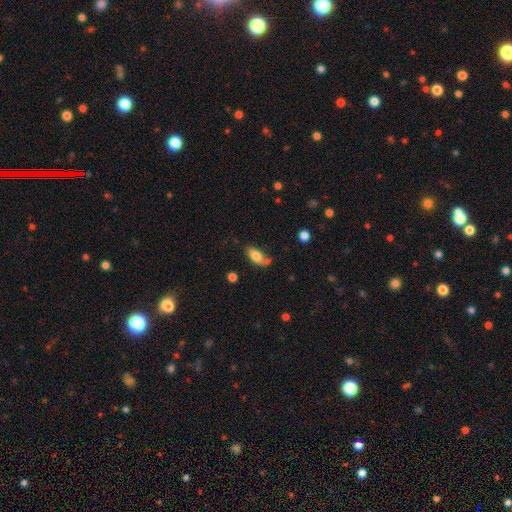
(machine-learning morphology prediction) smooth_or_featured: smooth (p=0.73) [alt: featured or disk p=0.19]
how_rounded: in between (p=0.87) [alt: cigar-shaped p=0.08]
merging: none (p=0.53) [alt: minor disturbance p=0.26]